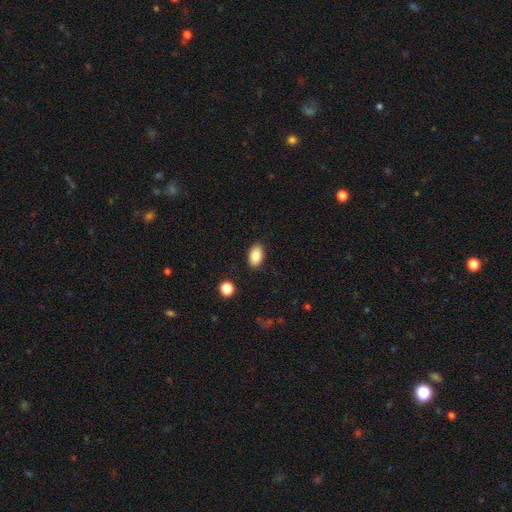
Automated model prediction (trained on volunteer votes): Smooth or featured: smooth — 86% (star or artifact — 8%)
How rounded: in between — 90% (round — 9%)
Merging: none — 87% (minor disturbance — 9%)